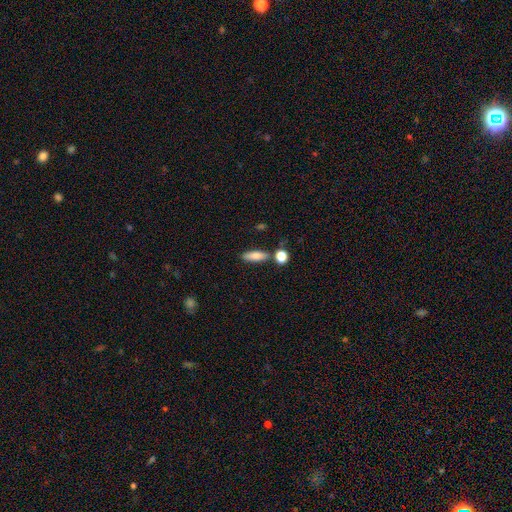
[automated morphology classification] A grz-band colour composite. It shows a smooth galaxy with no disk features (80%) that is in between round and cigar-shaped (56%). Merging: none (75%).